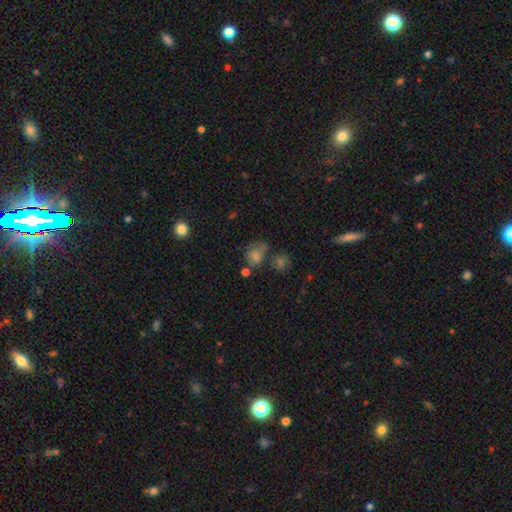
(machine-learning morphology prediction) Overall: smooth (58%; star or artifact 24%). How rounded: round (63%; in between 36%). Merging: none (49%; merger 20%).